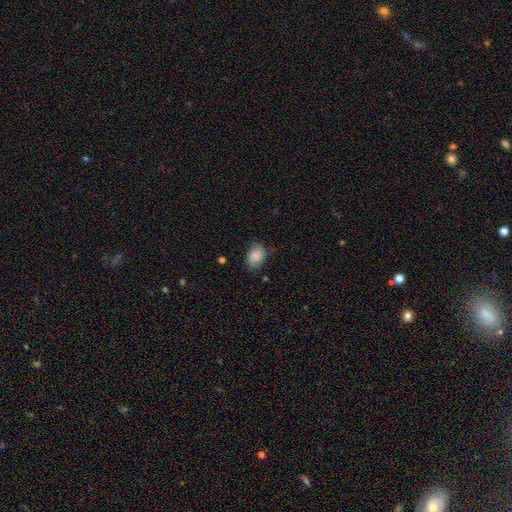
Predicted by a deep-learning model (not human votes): This appears to be a smooth galaxy with no disk features (81%) that is in between round and cigar-shaped (72%). Merging: none (68%).